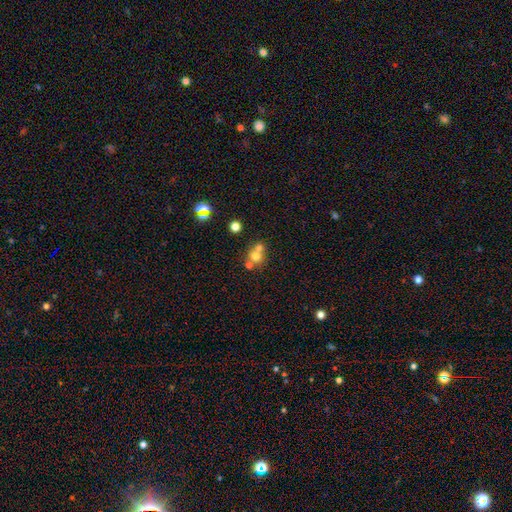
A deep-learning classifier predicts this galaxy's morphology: This is likely a smooth galaxy (66%). How rounded: clearly round (82%). Merging: possibly merger (52%).